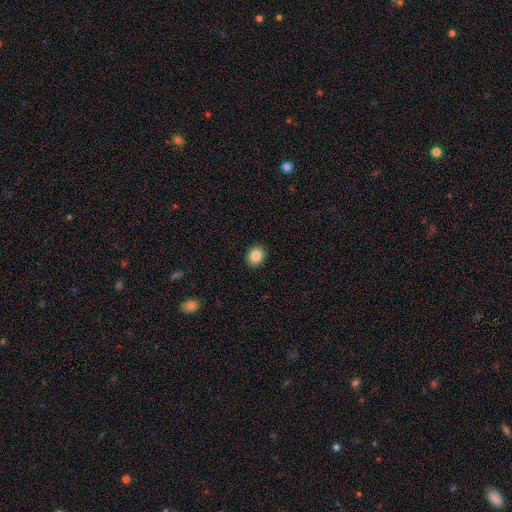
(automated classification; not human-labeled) Q: Smooth or featured?
A: smooth (86%); runner-up: star or artifact (9%)
Q: How rounded?
A: round (66%); runner-up: in between (33%)
Q: Merging?
A: none (91%); runner-up: minor disturbance (6%)